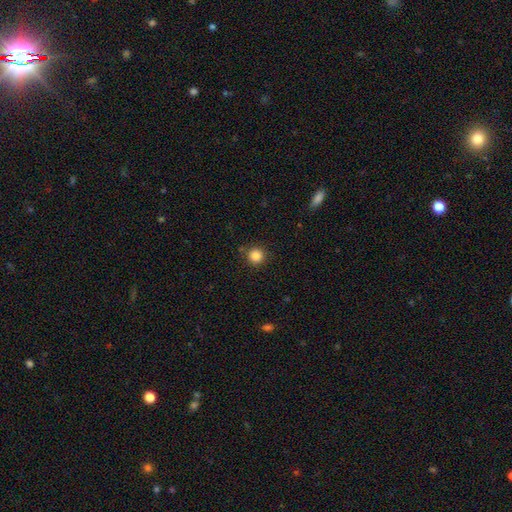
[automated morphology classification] Q: Smooth or featured?
A: smooth (85%); runner-up: star or artifact (11%)
Q: How rounded?
A: round (95%); runner-up: in between (4%)
Q: Merging?
A: none (88%); runner-up: minor disturbance (7%)